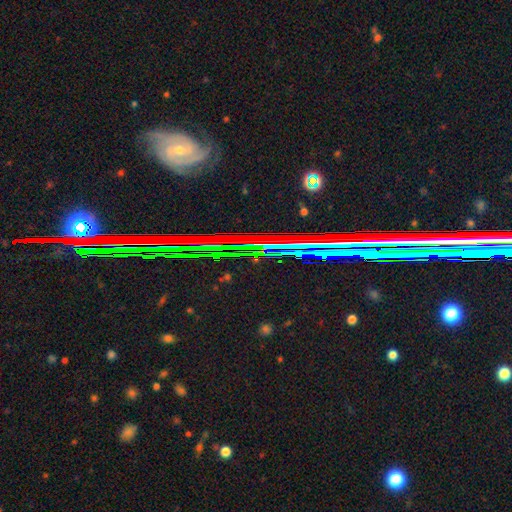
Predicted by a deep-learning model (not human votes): Smooth or featured? star or artifact (75%)